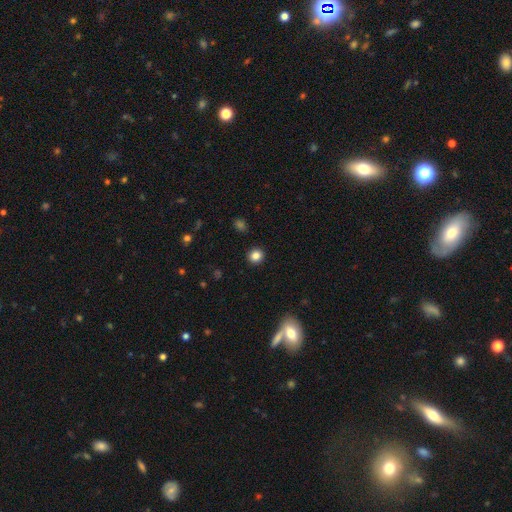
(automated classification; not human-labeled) Smooth or featured? smooth (84%)
How rounded? round (89%)
Merging? none (92%)